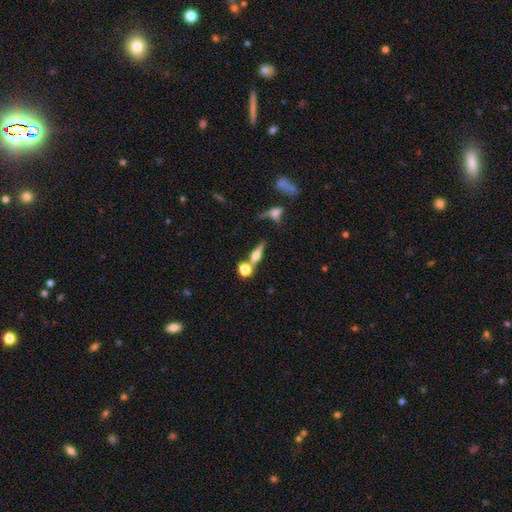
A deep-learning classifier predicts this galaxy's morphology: smooth-or-featured: featured or disk: 51% | smooth: 38% | star or artifact: 11%
  disk-edge-on: yes: 88% | no: 12%
  merging: none: 60% | merger: 26% | minor disturbance: 10% | major disturbance: 5%